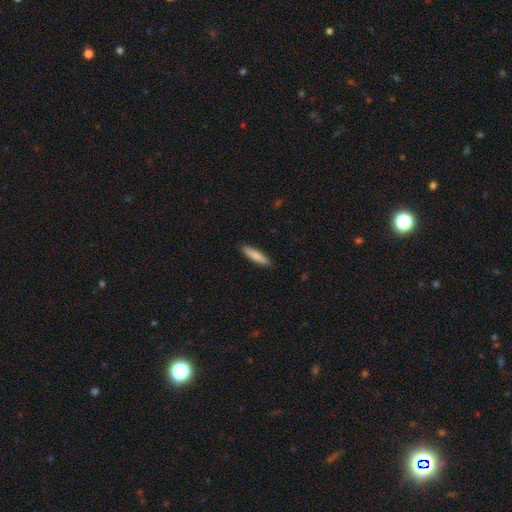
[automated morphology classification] This is clearly a smooth galaxy (81%). How rounded: likely cigar-shaped (78%). Merging: clearly none (89%).